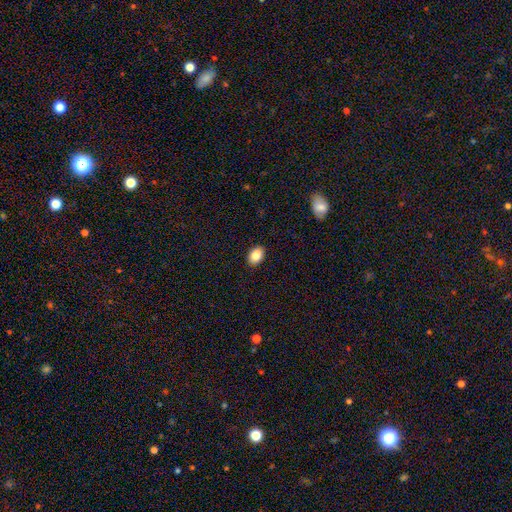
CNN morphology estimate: smooth_or_featured: smooth (p=0.87) [alt: star or artifact p=0.08]
how_rounded: in between (p=0.80) [alt: round p=0.19]
merging: none (p=0.90) [alt: minor disturbance p=0.07]